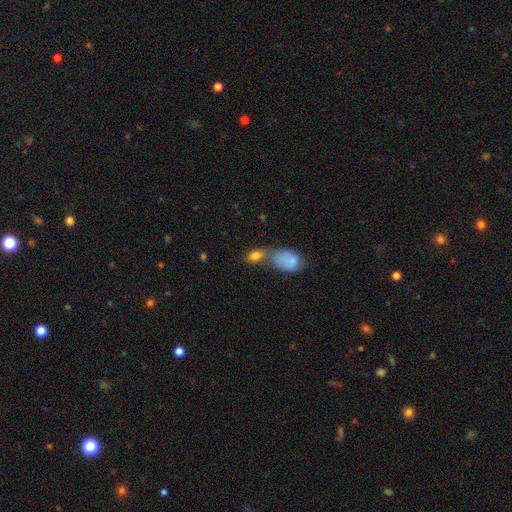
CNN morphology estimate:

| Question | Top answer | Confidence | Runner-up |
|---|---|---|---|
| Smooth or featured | smooth | 79% | featured or disk (11%) |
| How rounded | in between | 83% | round (14%) |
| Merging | merger | 53% | none (30%) |